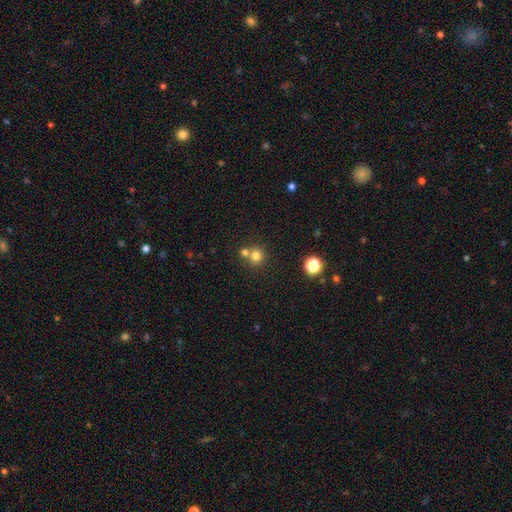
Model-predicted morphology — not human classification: A smooth galaxy with no disk features (75%) that is round (90%). Merging: none (56%).